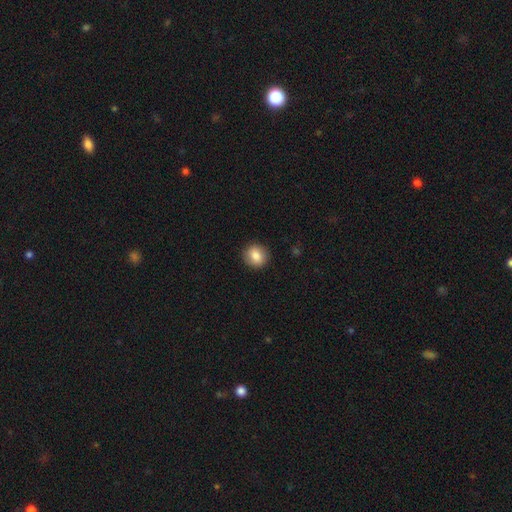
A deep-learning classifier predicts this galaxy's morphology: The model was most divided on "how rounded": round: 82%, in between: 17%, cigar-shaped: 1%. More confident: merging — none (90%); smooth or featured — smooth (84%).